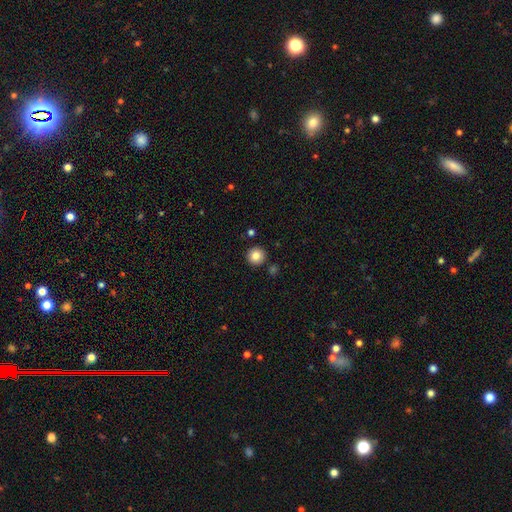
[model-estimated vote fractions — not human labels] A smooth galaxy with no disk features (84%) that is round (95%). Merging: none (89%).